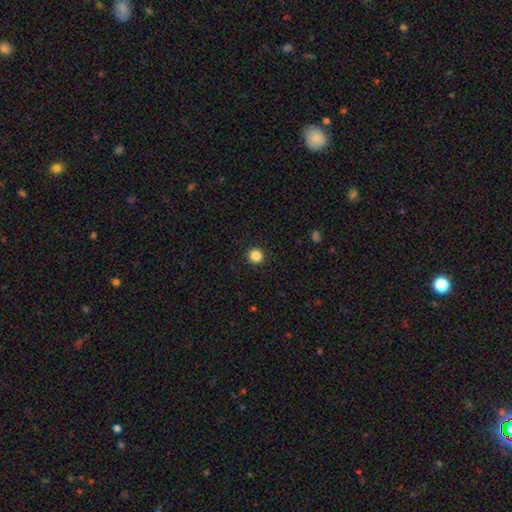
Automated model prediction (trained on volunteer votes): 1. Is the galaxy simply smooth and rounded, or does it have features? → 86% smooth, 11% star or artifact, 3% featured or disk.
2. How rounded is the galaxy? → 95% round, 4% in between, 1% cigar-shaped.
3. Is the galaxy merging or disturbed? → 94% none, 4% minor disturbance, 2% major disturbance, 1% merger.